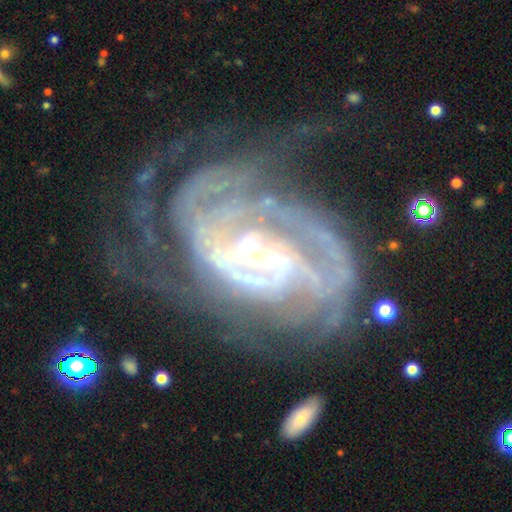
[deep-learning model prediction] Smooth or featured? featured or disk (89%)
Edge-on disk? no (97%)
Bar? weak (42%)
Spiral arms? yes (95%)
Spiral winding? tight (57%)
Spiral arm count? can't tell (31%)
Bulge size? small (59%)
Merging? none (43%)